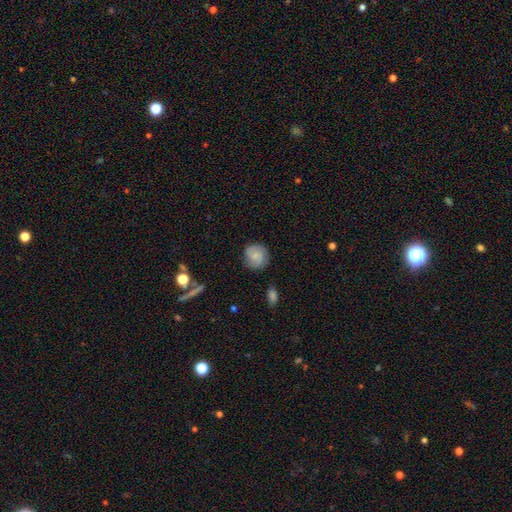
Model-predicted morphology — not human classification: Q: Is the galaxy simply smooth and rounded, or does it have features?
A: featured or disk — 48%.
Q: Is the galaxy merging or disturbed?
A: none — 79%.